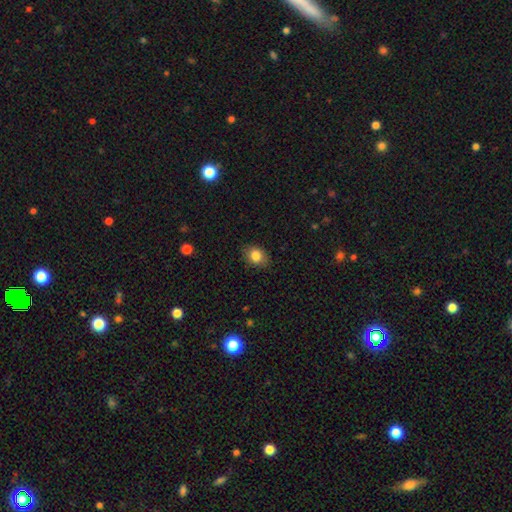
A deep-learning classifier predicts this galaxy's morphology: Smooth or featured: smooth — 84% (star or artifact — 9%)
How rounded: in between — 59% (round — 40%)
Merging: none — 83% (minor disturbance — 13%)